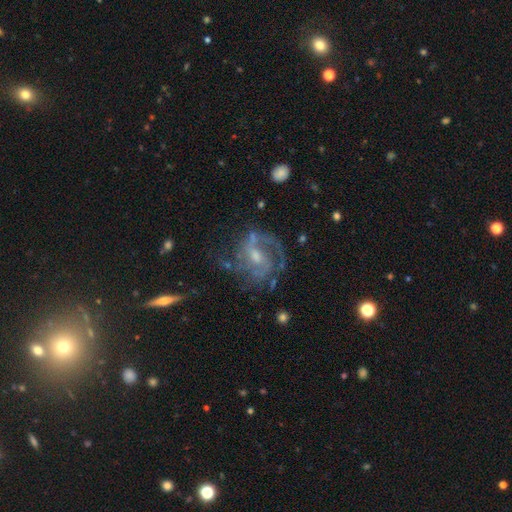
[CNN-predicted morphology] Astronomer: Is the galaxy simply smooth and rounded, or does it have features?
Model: featured or disk — 86%.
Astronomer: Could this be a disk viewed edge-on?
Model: no — 97%.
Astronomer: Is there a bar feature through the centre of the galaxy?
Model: weak — 48% (runner-up: no, 37%).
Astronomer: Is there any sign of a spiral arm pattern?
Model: yes — 93%.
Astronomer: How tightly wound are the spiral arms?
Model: medium — 49% (runner-up: tight, 35%).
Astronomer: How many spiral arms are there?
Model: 2 — 56%.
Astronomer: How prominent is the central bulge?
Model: moderate — 48% (runner-up: small, 42%).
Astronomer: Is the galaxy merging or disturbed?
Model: none — 63%.